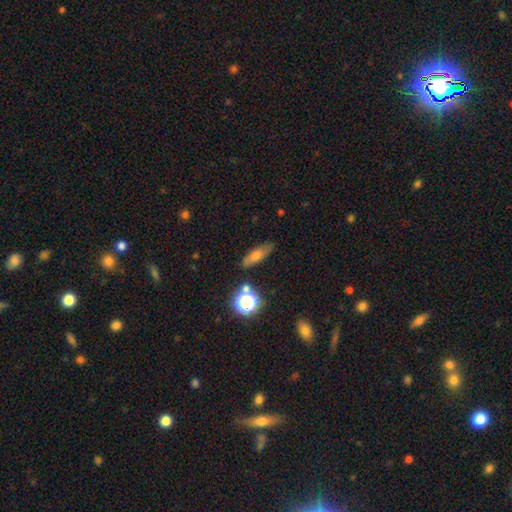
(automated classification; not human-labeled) smooth-or-featured: smooth: 58% | featured or disk: 27% | star or artifact: 15%
  how-rounded: cigar-shaped: 46% | in between: 42% | round: 12%
  merging: none: 78% | minor disturbance: 14% | merger: 4% | major disturbance: 4%